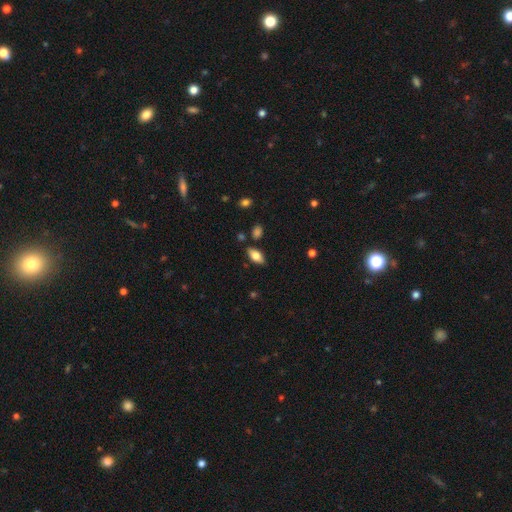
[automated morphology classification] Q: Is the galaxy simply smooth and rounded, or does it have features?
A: smooth — 75%.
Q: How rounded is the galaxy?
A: in between — 89%.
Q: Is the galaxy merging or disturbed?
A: none — 83%.